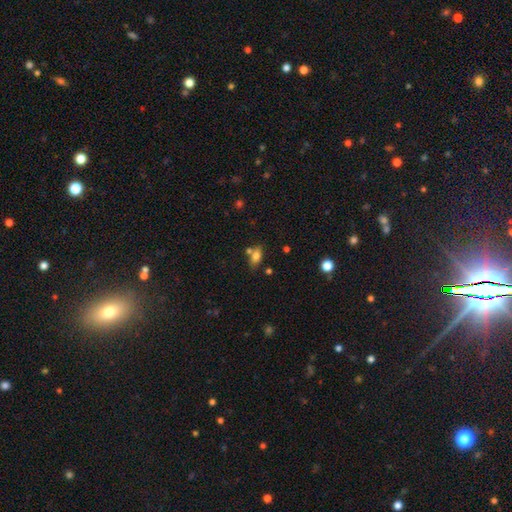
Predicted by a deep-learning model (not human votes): Morphology: type=smooth (77%); roundness=in between (86%); merging=none (59%).